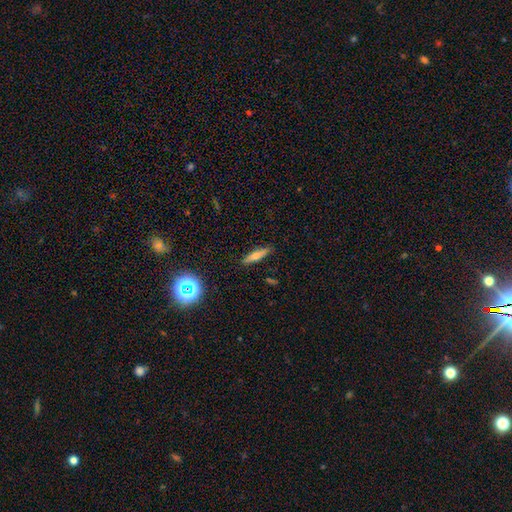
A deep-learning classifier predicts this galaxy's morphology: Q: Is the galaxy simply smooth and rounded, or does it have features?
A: smooth — 58%.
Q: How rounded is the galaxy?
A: cigar-shaped — 74%.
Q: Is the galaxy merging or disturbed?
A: none — 88%.